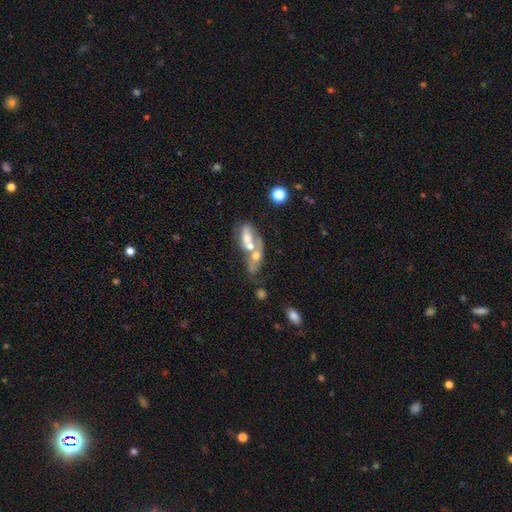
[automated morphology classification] Overall: featured or disk (46%; smooth 43%). Merging: merger (65%).